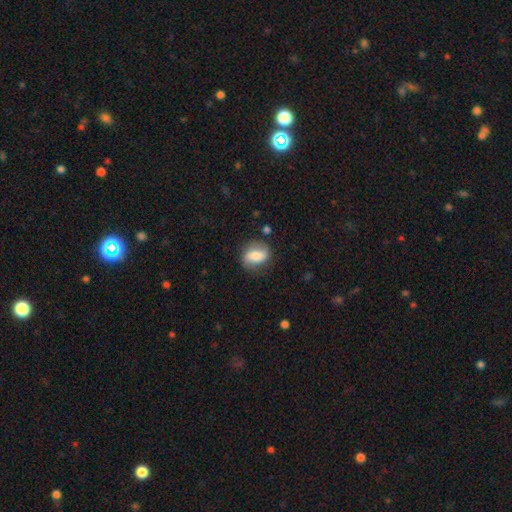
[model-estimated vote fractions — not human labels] This appears to be a smooth galaxy with no disk features (65%) that is in between round and cigar-shaped (61%). Merging: none (74%).